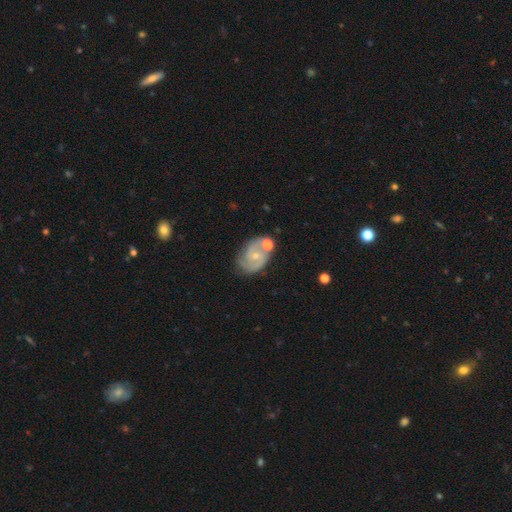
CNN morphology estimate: Smooth or featured: featured or disk — 82% (smooth — 12%)
Edge-on disk: no — 97% (yes — 3%)
Bar: no — 55% (weak — 38%)
Spiral arms: yes — 95% (no — 5%)
Spiral winding: medium — 50% (tight — 34%)
Spiral arm count: 2 — 81% (can't tell — 7%)
Bulge size: small — 64% (moderate — 32%)
Merging: none — 59% (minor disturbance — 18%)